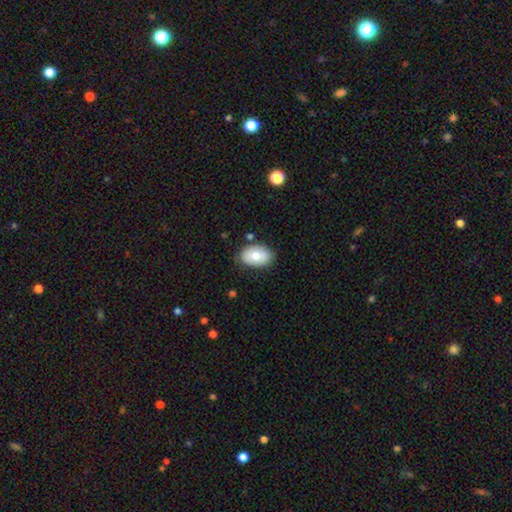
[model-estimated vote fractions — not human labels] This appears to be a smooth galaxy with no disk features (74%) that is in between round and cigar-shaped (90%). Merging: none (80%).